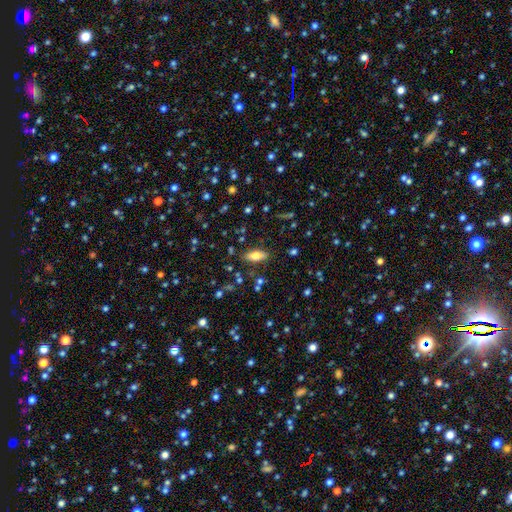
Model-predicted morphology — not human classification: Overall: smooth (73%). How rounded: in between (84%). Merging: none (83%).